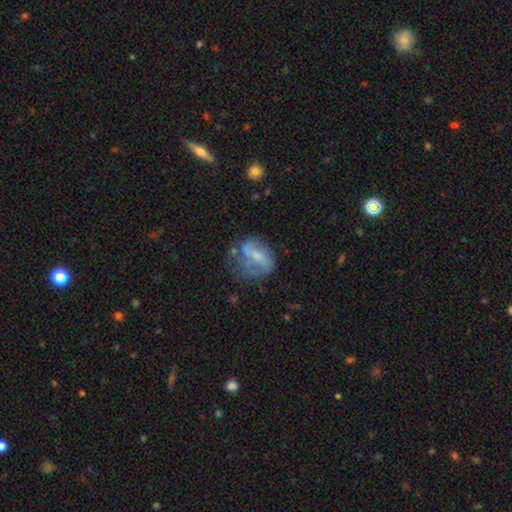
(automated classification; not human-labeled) featured or disk 55%, smooth 35%, star or artifact 10%. Down the decision tree: edge-on disk — no (96%); bar — weak (40%); spiral arms — yes (52%); bulge size — small (36%); merging — none (37%).